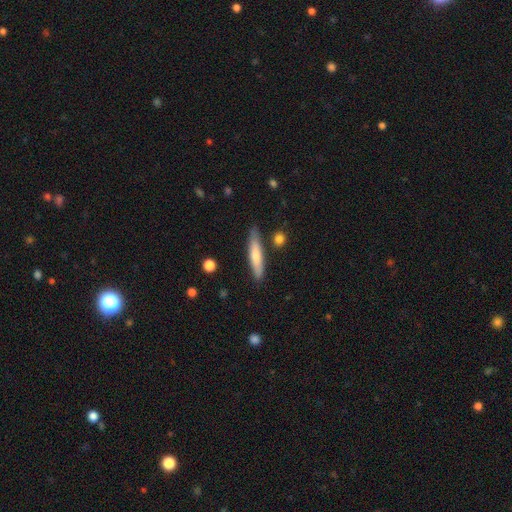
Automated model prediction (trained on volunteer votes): This is likely a smooth galaxy (64%). How rounded: clearly cigar-shaped (88%). Merging: clearly none (83%).